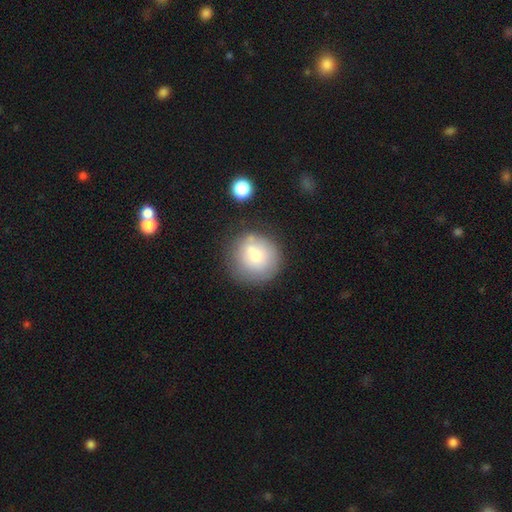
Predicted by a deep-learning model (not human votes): smooth-or-featured: smooth: 71% | featured or disk: 19% | star or artifact: 10%
  how-rounded: round: 92% | in between: 7% | cigar-shaped: 1%
  merging: none: 68% | minor disturbance: 17% | merger: 8% | major disturbance: 7%